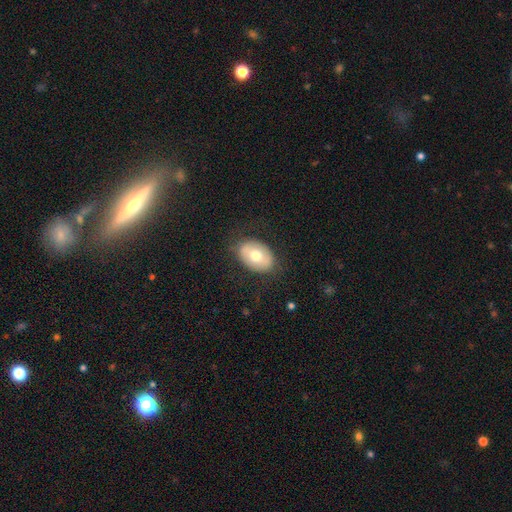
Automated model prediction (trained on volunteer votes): smooth 63%, featured or disk 30%, star or artifact 7%. Down the decision tree: how rounded — in between (81%); merging — none (81%).